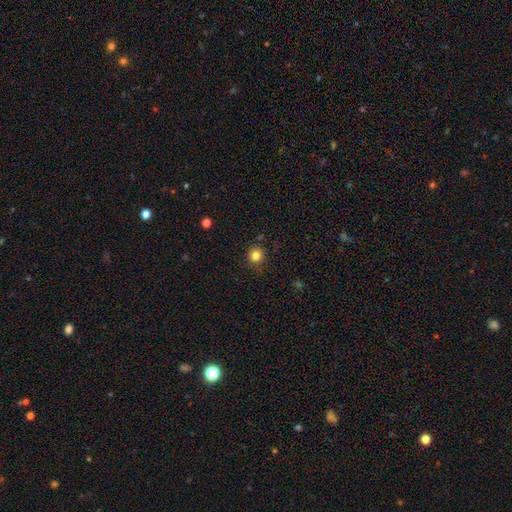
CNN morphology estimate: type=smooth (81%); roundness=round (93%); merging=none (87%).